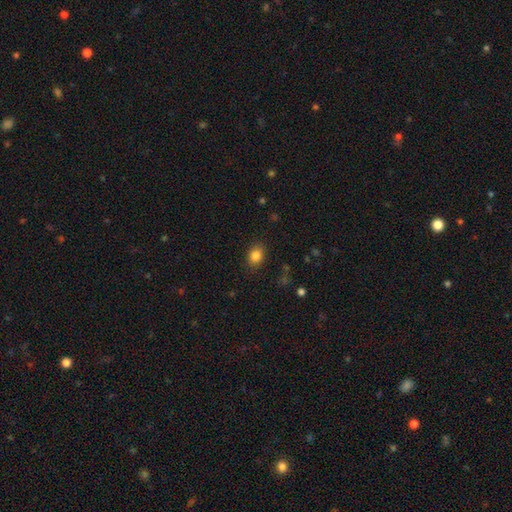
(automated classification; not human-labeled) The model was most divided on "how rounded": in between: 60%, round: 39%, cigar-shaped: 1%. More confident: merging — none (86%); smooth or featured — smooth (84%).